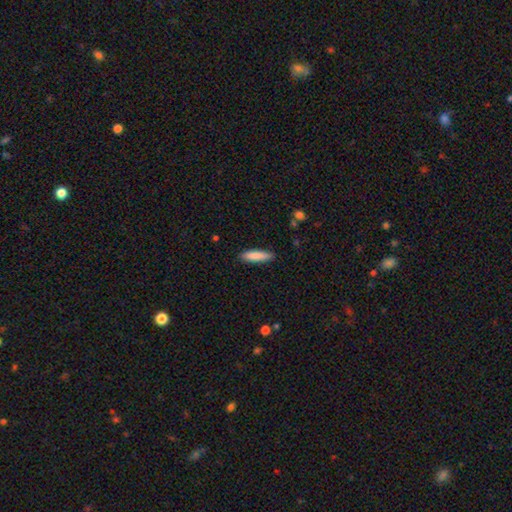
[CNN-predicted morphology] smooth-or-featured: smooth: 86% | featured or disk: 9% | star or artifact: 6%
  how-rounded: cigar-shaped: 72% | in between: 27% | round: 1%
  merging: none: 87% | minor disturbance: 10% | major disturbance: 2% | merger: 1%